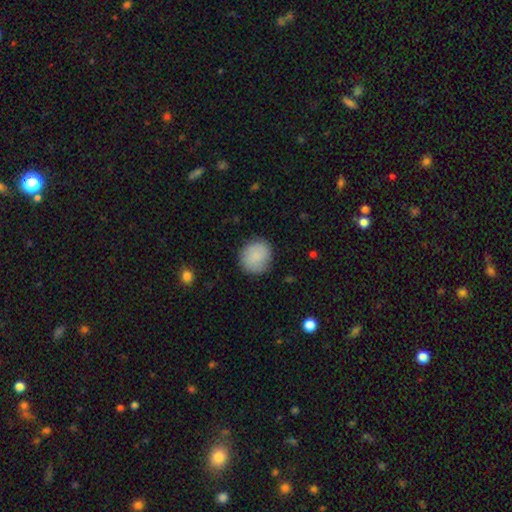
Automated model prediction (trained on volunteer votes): Smooth or featured: smooth — 86% (featured or disk — 7%)
How rounded: round — 80% (in between — 19%)
Merging: none — 81% (minor disturbance — 14%)